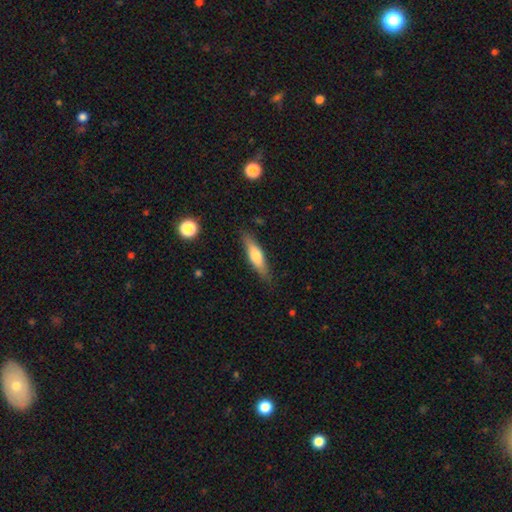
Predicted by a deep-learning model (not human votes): Overall: smooth (59%; featured or disk 35%). How rounded: cigar-shaped (67%; in between 31%). Merging: none (84%).